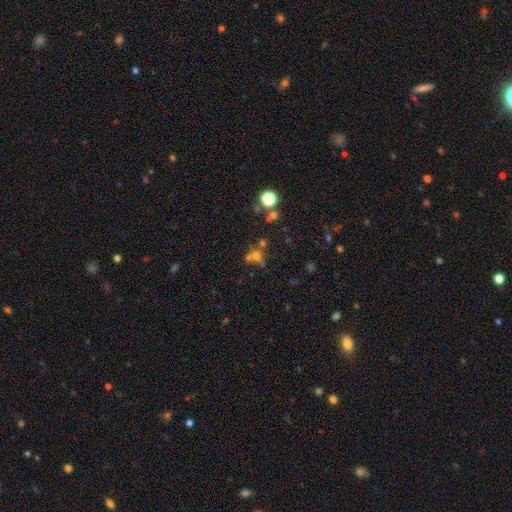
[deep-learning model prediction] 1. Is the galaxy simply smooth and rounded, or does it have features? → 52% smooth, 28% star or artifact, 20% featured or disk.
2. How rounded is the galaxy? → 80% round, 17% in between, 2% cigar-shaped.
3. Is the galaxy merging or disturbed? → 44% none, 37% merger, 10% minor disturbance, 8% major disturbance.